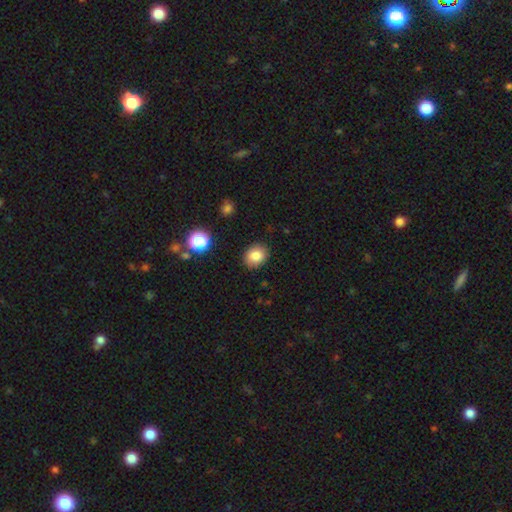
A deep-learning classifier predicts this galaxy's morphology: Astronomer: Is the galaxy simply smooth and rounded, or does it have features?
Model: smooth — 83%.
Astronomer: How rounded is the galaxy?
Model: round — 54% (runner-up: in between, 45%).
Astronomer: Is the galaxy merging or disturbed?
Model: none — 88%.